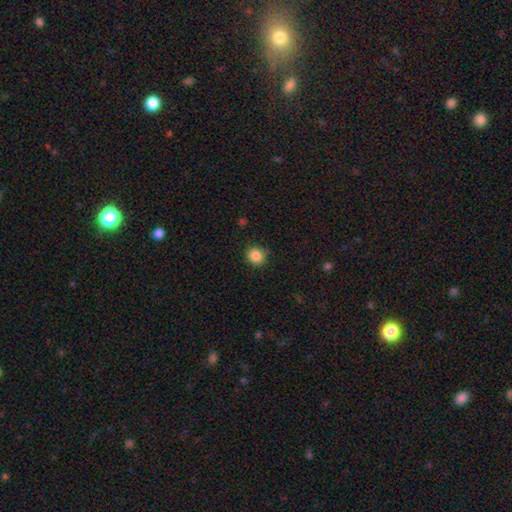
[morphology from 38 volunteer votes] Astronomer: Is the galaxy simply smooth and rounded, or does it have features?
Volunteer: smooth — 87%.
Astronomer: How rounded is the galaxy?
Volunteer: round — 82%.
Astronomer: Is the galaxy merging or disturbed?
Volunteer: none — 83%.